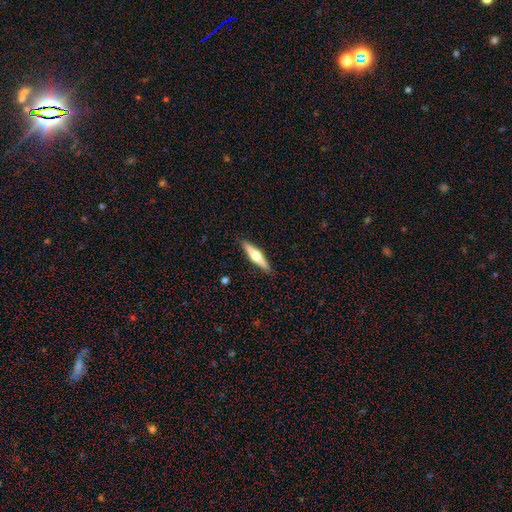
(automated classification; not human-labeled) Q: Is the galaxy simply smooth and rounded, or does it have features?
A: featured or disk — 56%.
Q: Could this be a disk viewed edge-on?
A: yes — 96%.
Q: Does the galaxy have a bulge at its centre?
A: rounded — 93%.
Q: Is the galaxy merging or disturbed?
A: none — 91%.